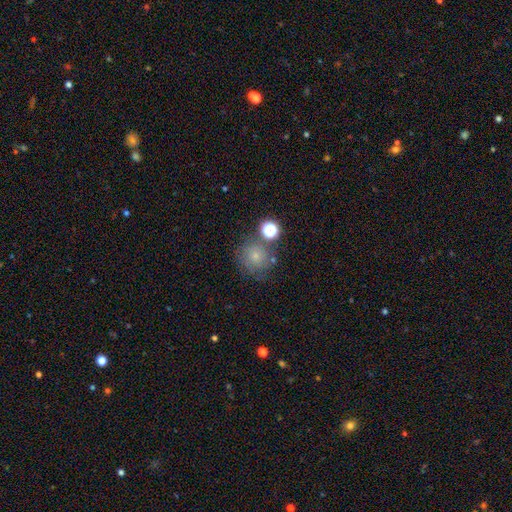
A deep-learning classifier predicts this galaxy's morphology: Smooth or featured: smooth — 71% (star or artifact — 16%)
How rounded: round — 90% (in between — 9%)
Merging: none — 66% (minor disturbance — 15%)